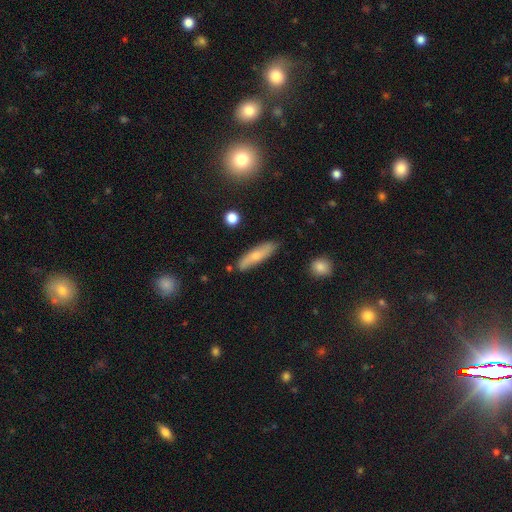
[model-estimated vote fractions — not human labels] Overall: smooth (65%; featured or disk 28%). How rounded: cigar-shaped (72%). Merging: none (83%).